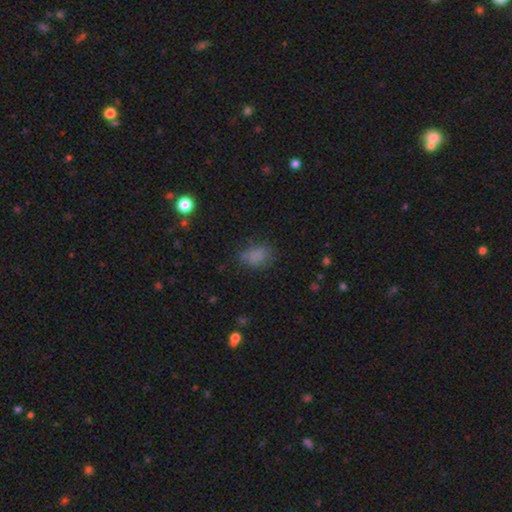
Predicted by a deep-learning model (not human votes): Smooth or featured? smooth (78%)
How rounded? in between (76%)
Merging? none (64%)